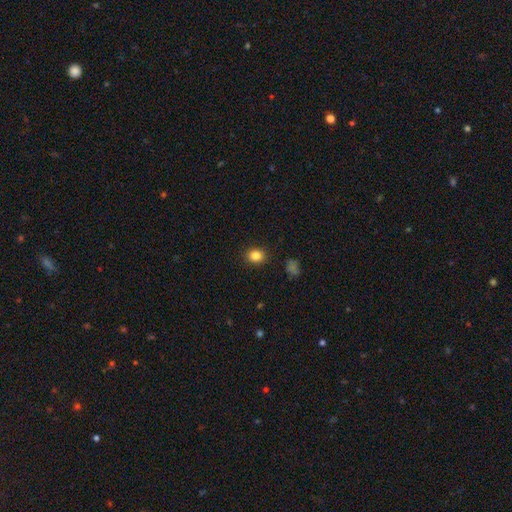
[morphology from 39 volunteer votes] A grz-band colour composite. It shows a smooth galaxy with no disk features (90%) that is round (69%). Merging: none (94%).